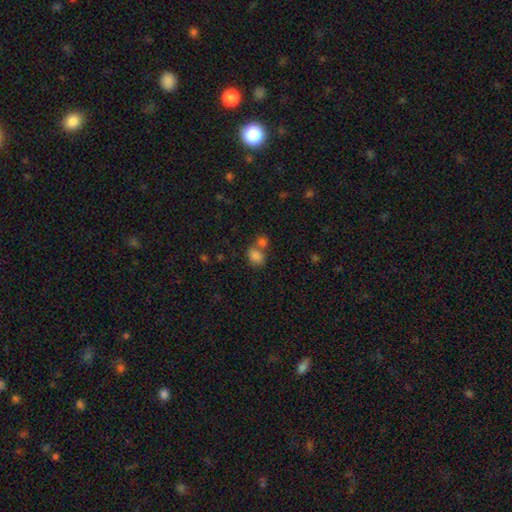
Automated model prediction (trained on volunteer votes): Smooth or featured? Predicted: smooth (p=0.82). How rounded? Predicted: in between (p=0.62). Merging? Predicted: none (p=0.46).